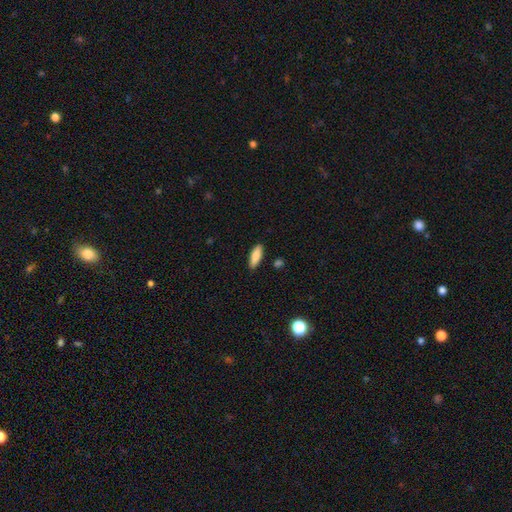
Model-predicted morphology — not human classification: This is clearly a smooth galaxy (85%). How rounded: possibly in between (57%). Merging: clearly none (87%).